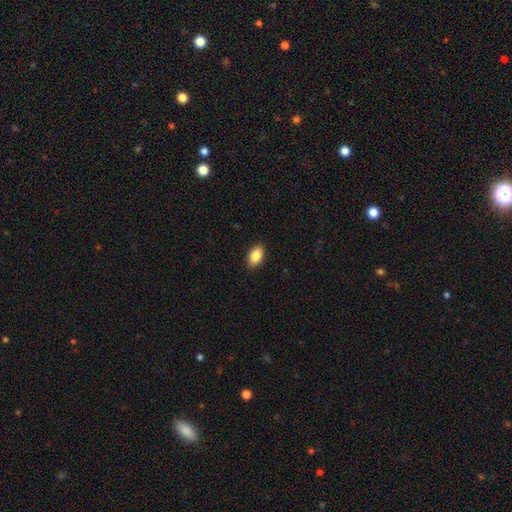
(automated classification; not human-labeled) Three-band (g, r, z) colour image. It shows a smooth galaxy with no disk features (87%) that is in between round and cigar-shaped (91%). Merging: none (90%).